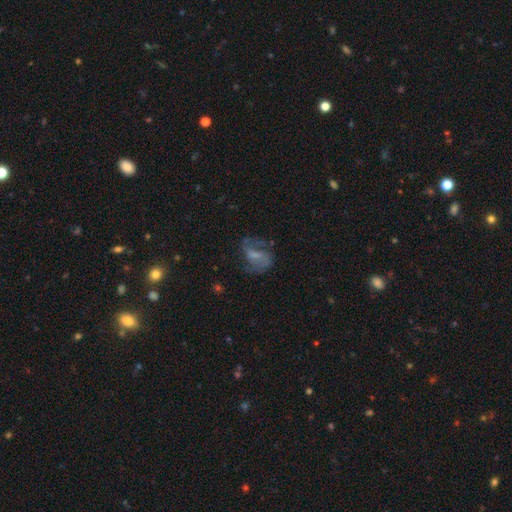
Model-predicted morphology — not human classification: This is possibly a featured or disk galaxy (56%). It is clearly not viewed edge-on (96%). Bar: possibly weak (46%). Spiral arm pattern: likely yes (74%). Central bulge: marginally none (36%). Merging: possibly none (51%).